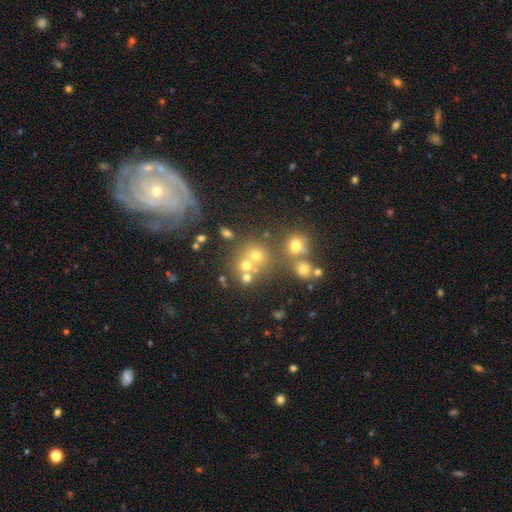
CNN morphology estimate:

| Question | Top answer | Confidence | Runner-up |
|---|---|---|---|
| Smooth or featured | smooth | 63% | star or artifact (21%) |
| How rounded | round | 81% | in between (18%) |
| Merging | none | 54% | merger (30%) |